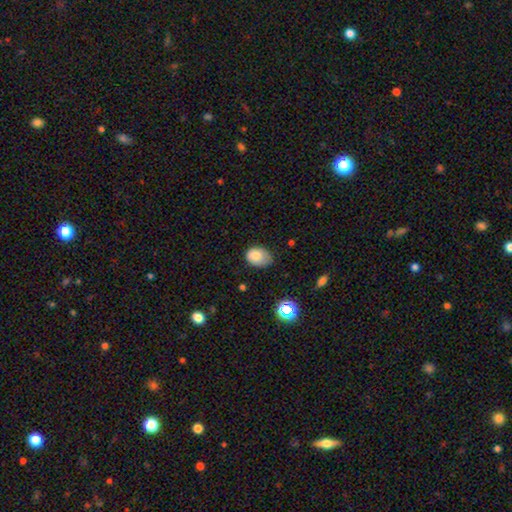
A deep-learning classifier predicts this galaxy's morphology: This is clearly a smooth galaxy (80%). How rounded: likely in between (73%). Merging: possibly none (54%).